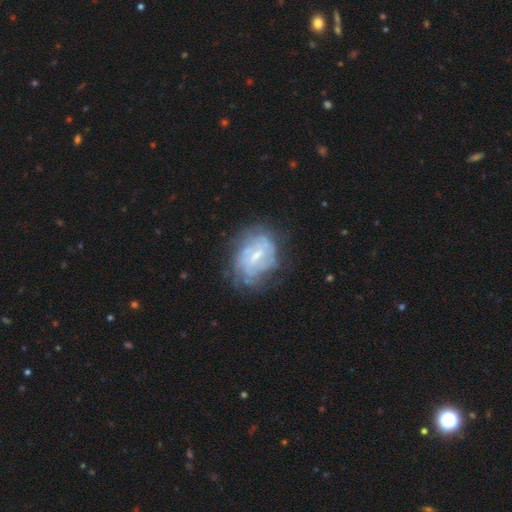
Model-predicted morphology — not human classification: Smooth or featured?
  - featured or disk: 71% *
  - smooth: 20%
  - star or artifact: 9%
Edge-on disk?
  - no: 97% *
  - yes: 3%
Bar?
  - weak: 56% *
  - no: 24%
  - strong: 20%
Spiral arms?
  - yes: 67% *
  - no: 33%
Bulge size?
  - small: 49% *
  - moderate: 33%
  - none: 14%
  - large: 3%
  - dominant: 1%
Merging?
  - none: 57% *
  - minor disturbance: 24%
  - major disturbance: 16%
  - merger: 3%